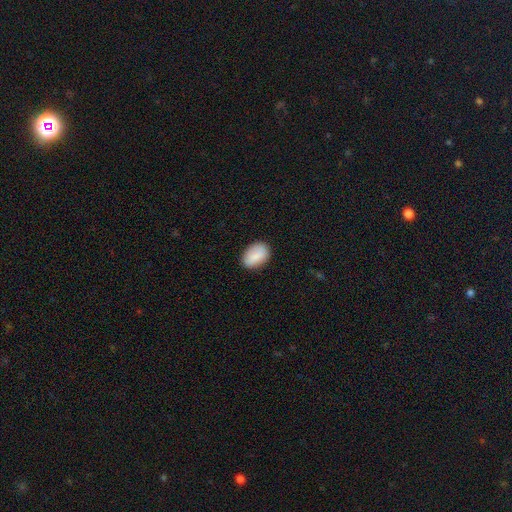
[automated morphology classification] Q: Smooth or featured?
A: smooth (84%); runner-up: featured or disk (9%)
Q: How rounded?
A: in between (86%); runner-up: round (13%)
Q: Merging?
A: none (83%); runner-up: minor disturbance (13%)